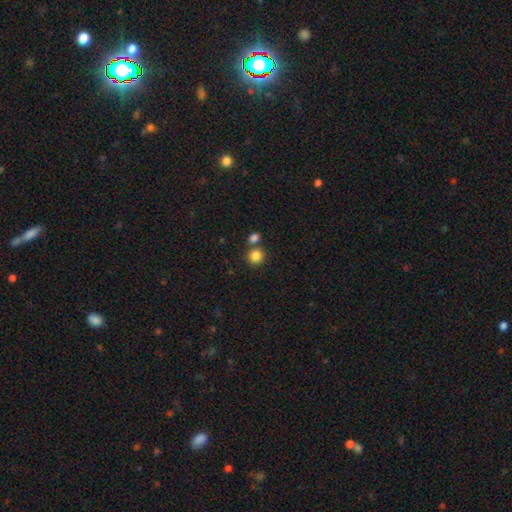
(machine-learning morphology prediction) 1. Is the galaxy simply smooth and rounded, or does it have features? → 85% smooth, 10% star or artifact, 5% featured or disk.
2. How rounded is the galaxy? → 89% round, 10% in between, 1% cigar-shaped.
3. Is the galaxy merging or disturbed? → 67% none, 24% merger, 7% minor disturbance, 2% major disturbance.